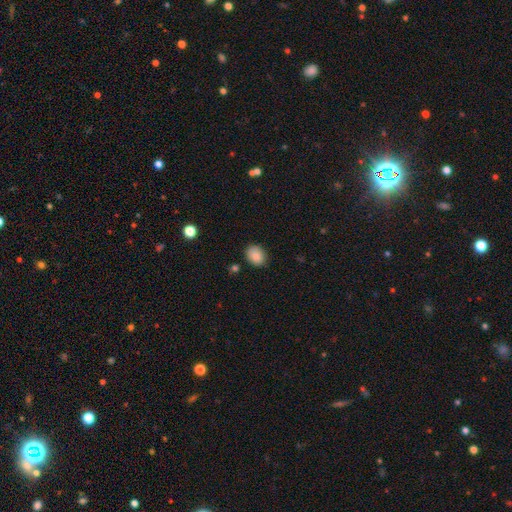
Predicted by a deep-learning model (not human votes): Morphology: type=smooth (86%); roundness=in between (53%); merging=none (82%).